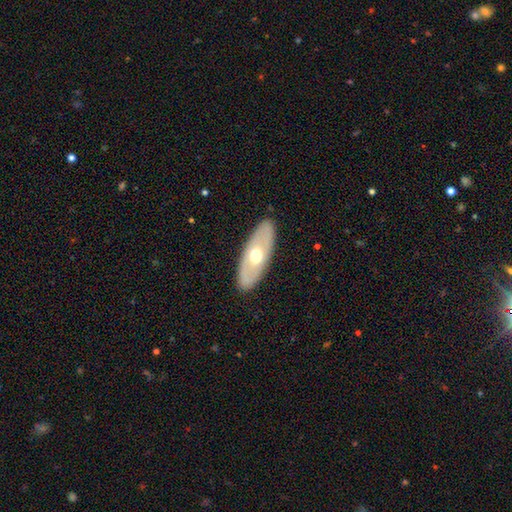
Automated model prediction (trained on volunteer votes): A featured or disk galaxy (50%).

Vote fractions:
- Smooth or featured? featured or disk: 50% / smooth: 45% / star or artifact: 5%
- Edge-on disk? no: 72% / yes: 28%
- Merging? none: 87% / minor disturbance: 9% / major disturbance: 2% / merger: 1%